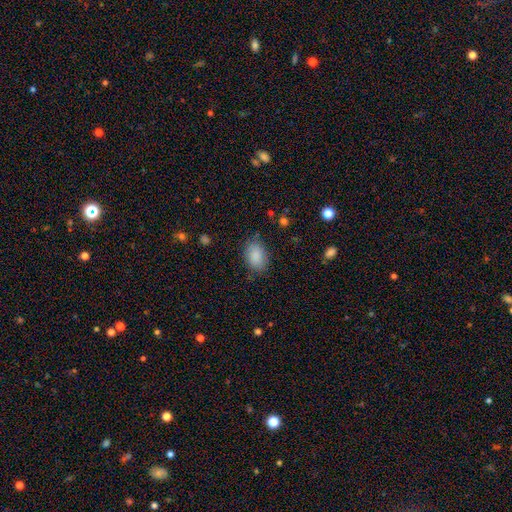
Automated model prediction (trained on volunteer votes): This appears to be a smooth galaxy with no disk features (88%) that is in between round and cigar-shaped (87%). Merging: none (80%).